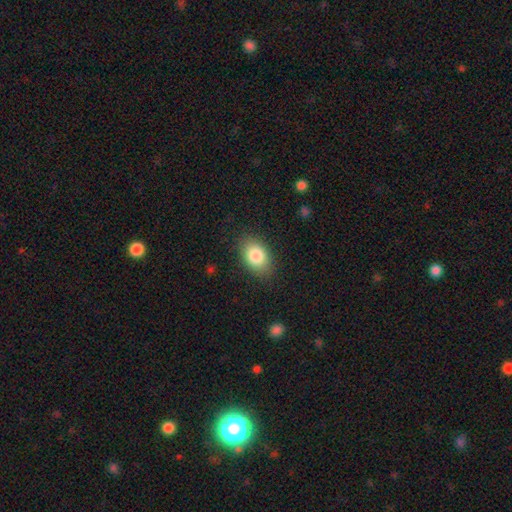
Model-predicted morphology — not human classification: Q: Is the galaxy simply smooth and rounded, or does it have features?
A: smooth — 85%.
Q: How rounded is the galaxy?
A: in between — 86%.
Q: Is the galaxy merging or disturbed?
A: none — 85%.